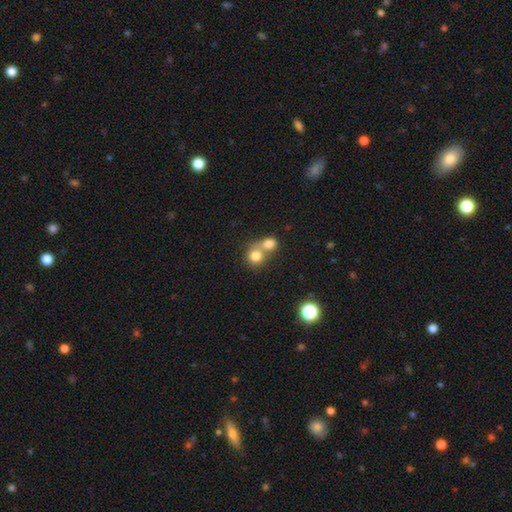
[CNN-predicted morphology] smooth 78%, featured or disk 11%, star or artifact 11%. Down the decision tree: how rounded — round (82%); merging — merger (60%).